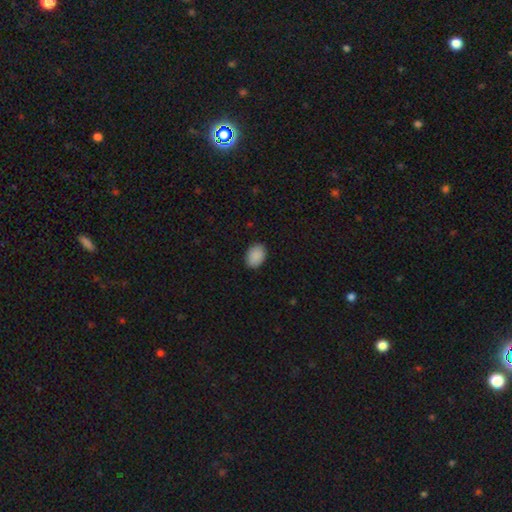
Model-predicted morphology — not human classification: smooth_or_featured: smooth (p=0.90) [alt: star or artifact p=0.07]
how_rounded: in between (p=0.79) [alt: round p=0.20]
merging: none (p=0.88) [alt: minor disturbance p=0.09]